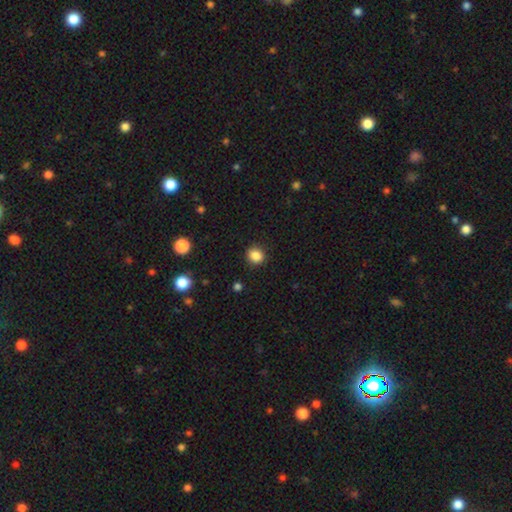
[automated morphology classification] Q: Smooth or featured?
A: smooth (85%); runner-up: star or artifact (11%)
Q: How rounded?
A: round (77%); runner-up: in between (22%)
Q: Merging?
A: none (89%); runner-up: minor disturbance (8%)